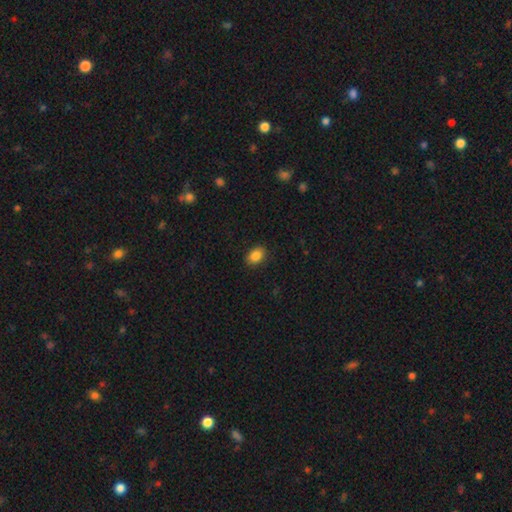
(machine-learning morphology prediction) smooth-or-featured: smooth: 87% | star or artifact: 9% | featured or disk: 4%
  how-rounded: in between: 77% | round: 22% | cigar-shaped: 1%
  merging: none: 88% | minor disturbance: 9% | major disturbance: 2% | merger: 1%